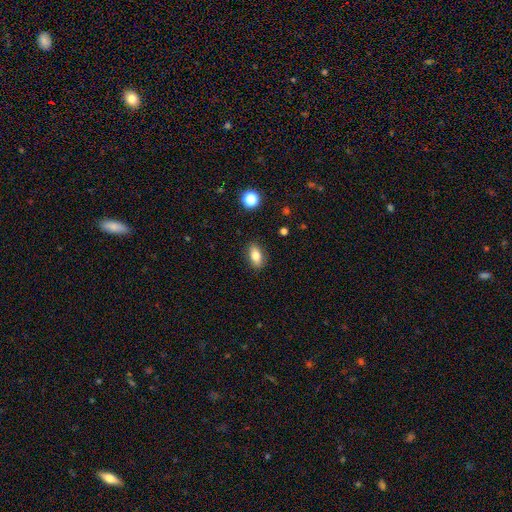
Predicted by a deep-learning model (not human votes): Smooth or featured? Predicted: smooth (p=0.78). How rounded? Predicted: in between (p=0.85). Merging? Predicted: none (p=0.87).